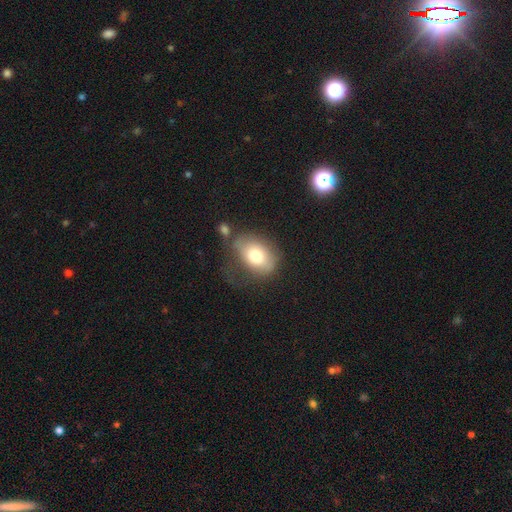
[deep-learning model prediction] Smooth or featured? smooth (73%)
How rounded? in between (78%)
Merging? none (41%)